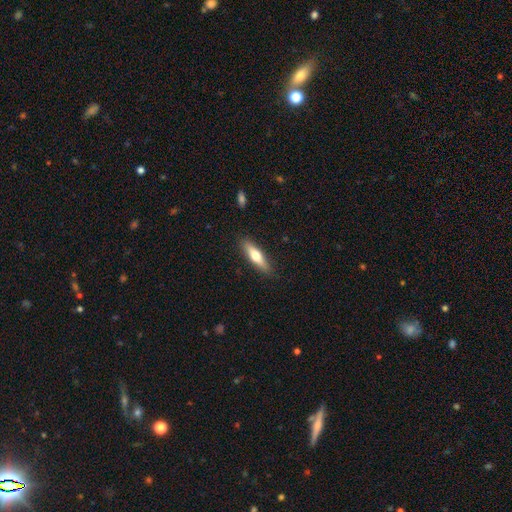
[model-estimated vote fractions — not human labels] smooth-or-featured: smooth: 59% | featured or disk: 35% | star or artifact: 6%
  how-rounded: cigar-shaped: 69% | in between: 29% | round: 2%
  merging: none: 88% | minor disturbance: 9% | major disturbance: 2% | merger: 1%